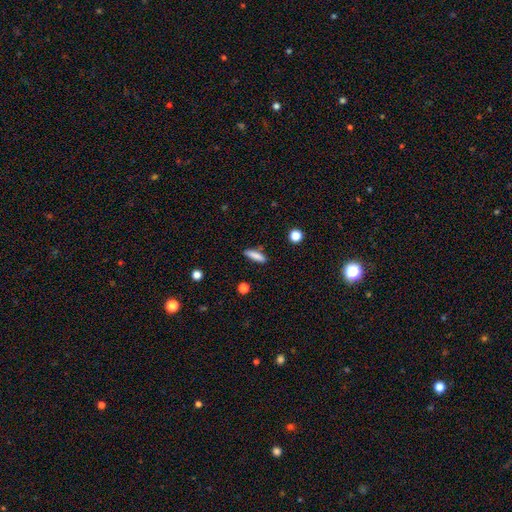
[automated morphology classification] A smooth galaxy with no disk features (83%) that is cigar-shaped (67%).

Vote fractions:
- Smooth or featured? smooth: 83% / featured or disk: 9% / star or artifact: 8%
- How rounded? cigar-shaped: 67% / in between: 31% / round: 2%
- Merging? none: 82% / minor disturbance: 12% / merger: 3% / major disturbance: 3%